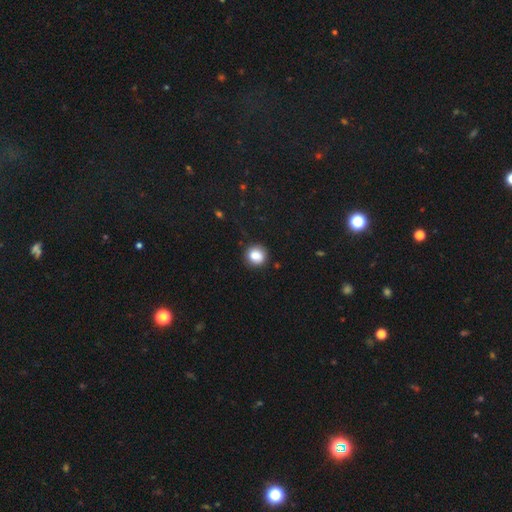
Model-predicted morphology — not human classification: Overall: smooth (84%). How rounded: round (87%). Merging: none (84%).